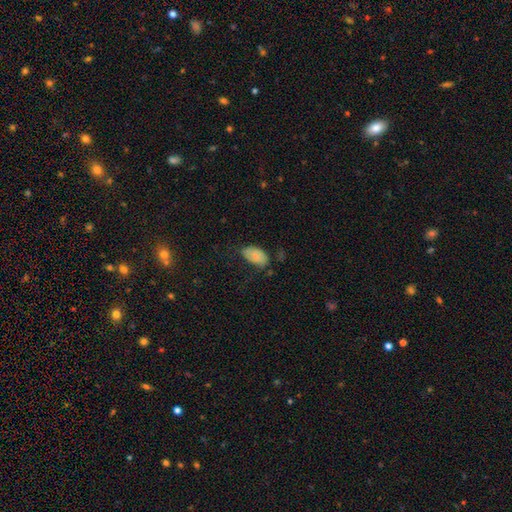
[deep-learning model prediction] Smooth or featured: smooth — 84% (featured or disk — 9%)
How rounded: in between — 95% (round — 4%)
Merging: none — 56% (minor disturbance — 31%)